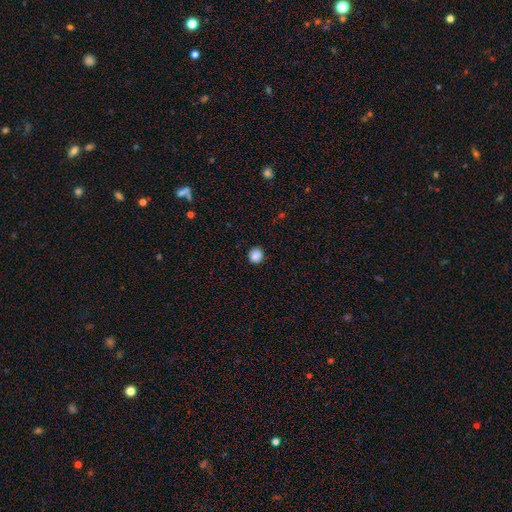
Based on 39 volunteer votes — Smooth or featured?
  - smooth: 90% *
  - star or artifact: 8%
  - featured or disk: 3%
How rounded?
  - round: 94% *
  - in between: 6%
  - cigar-shaped: 0%
Merging?
  - none: 92% *
  - minor disturbance: 6%
  - major disturbance: 3%
  - merger: 0%